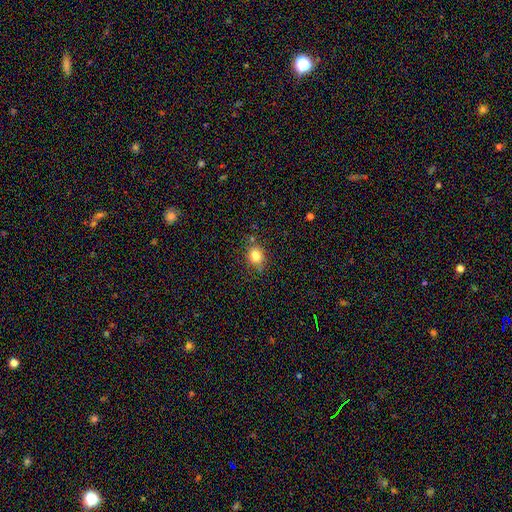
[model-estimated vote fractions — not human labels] Smooth or featured? Predicted: smooth (p=0.81). How rounded? Predicted: round (p=0.68). Merging? Predicted: none (p=0.76).